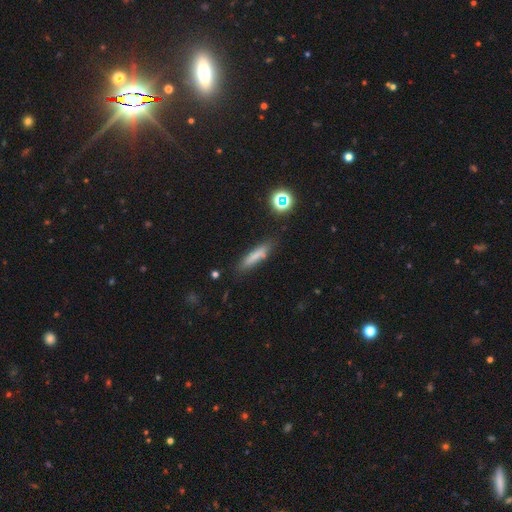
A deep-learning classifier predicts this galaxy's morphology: smooth_or_featured: smooth (p=0.74) [alt: featured or disk p=0.15]
how_rounded: cigar-shaped (p=0.83) [alt: in between p=0.15]
merging: none (p=0.76) [alt: minor disturbance p=0.16]